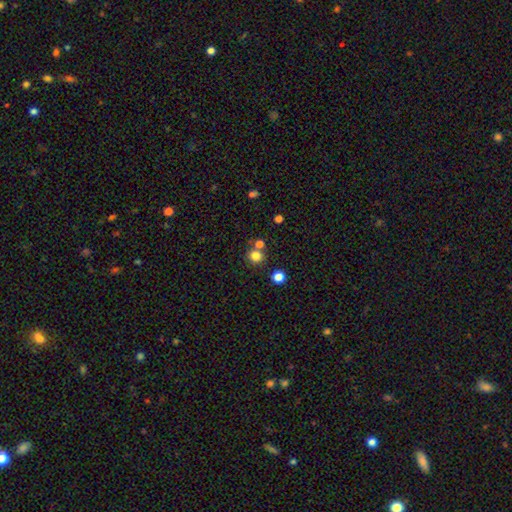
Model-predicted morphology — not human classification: smooth_or_featured: smooth (p=0.80) [alt: star or artifact p=0.14]
how_rounded: round (p=0.87) [alt: in between p=0.12]
merging: none (p=0.69) [alt: merger p=0.21]